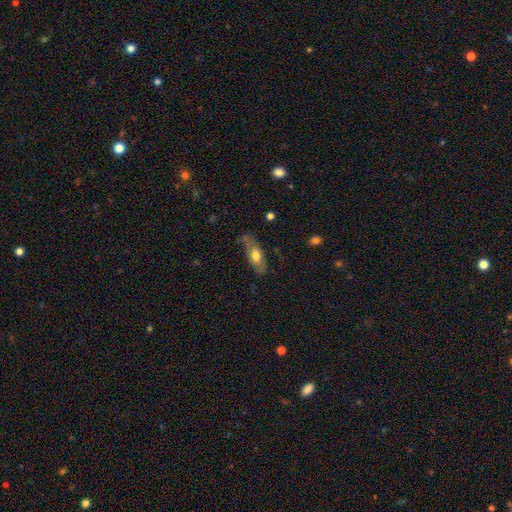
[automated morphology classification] smooth 62%, featured or disk 31%, star or artifact 7%. Down the decision tree: how rounded — in between (77%); merging — none (62%).